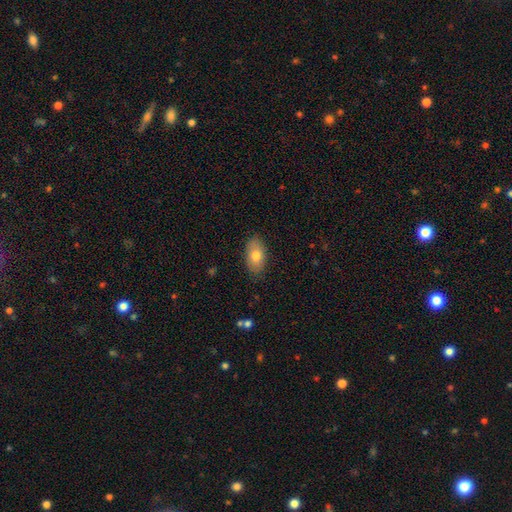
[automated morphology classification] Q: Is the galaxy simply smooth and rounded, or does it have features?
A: smooth — 78%.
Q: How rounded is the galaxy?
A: in between — 93%.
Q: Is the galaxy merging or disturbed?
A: none — 83%.